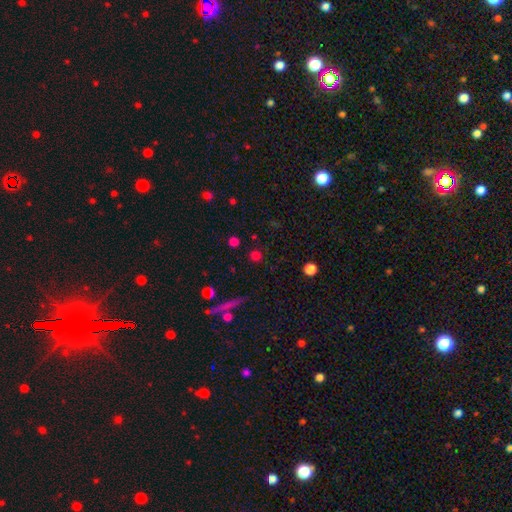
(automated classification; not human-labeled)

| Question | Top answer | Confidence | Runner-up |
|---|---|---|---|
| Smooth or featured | smooth | 69% | star or artifact (23%) |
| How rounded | round | 88% | in between (10%) |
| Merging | none | 86% | minor disturbance (8%) |